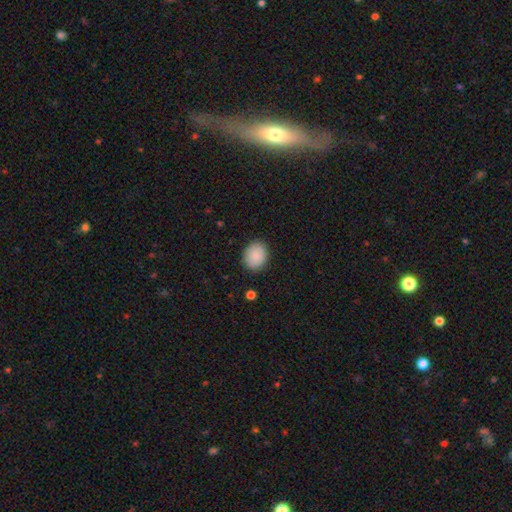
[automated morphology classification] This appears to be a smooth galaxy with no disk features (88%) that is round (51%). Merging: none (88%).